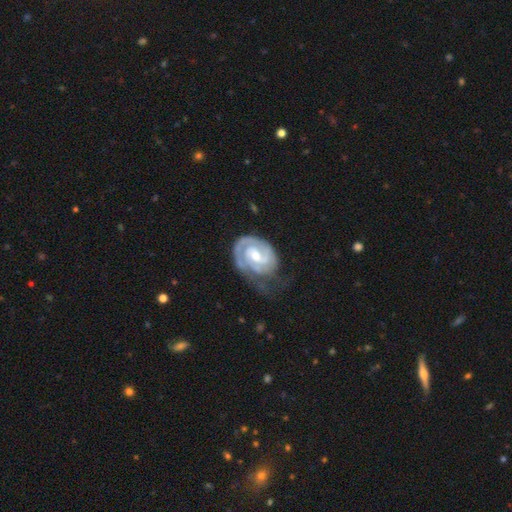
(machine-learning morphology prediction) Smooth or featured? Predicted: featured or disk (p=0.88). Edge-on disk? Predicted: no (p=0.98). Bar? Predicted: weak (p=0.46). Spiral arms? Predicted: yes (p=0.96). Spiral winding? Predicted: tight (p=0.68). Spiral arm count? Predicted: 2 (p=0.52). Bulge size? Predicted: moderate (p=0.56). Merging? Predicted: none (p=0.49).